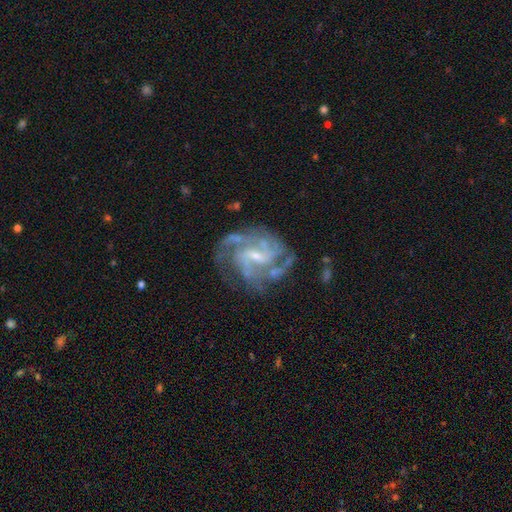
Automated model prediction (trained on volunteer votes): smooth_or_featured: featured or disk (p=0.89) [alt: star or artifact p=0.06]
disk_edge_on: no (p=0.98) [alt: yes p=0.02]
bar: weak (p=0.53) [alt: no p=0.26]
has_spiral_arms: yes (p=0.96) [alt: no p=0.04]
spiral_winding: medium (p=0.47) [alt: tight p=0.42]
spiral_arm_count: 3 (p=0.32) [alt: 4 p=0.19]
bulge_size: small (p=0.62) [alt: moderate p=0.28]
merging: none (p=0.66) [alt: minor disturbance p=0.18]